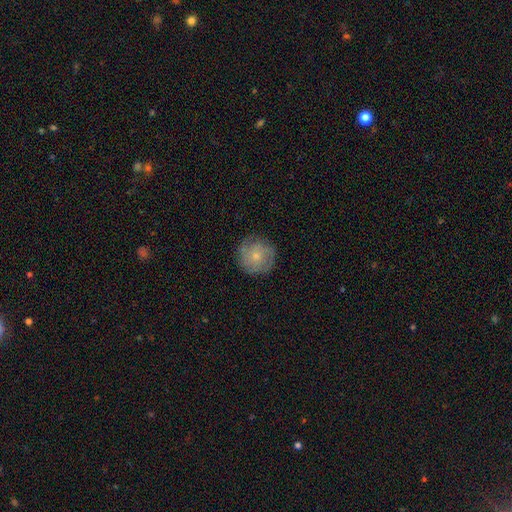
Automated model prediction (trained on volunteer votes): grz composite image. It shows a smooth galaxy with no disk features (56%) that is round (93%). Merging: none (80%).